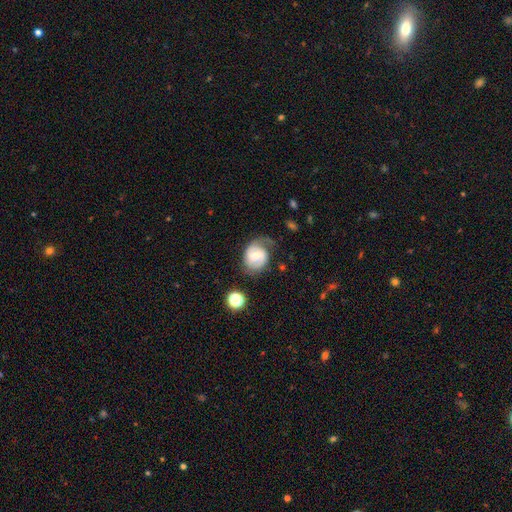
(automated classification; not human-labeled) featured or disk 69%, smooth 24%, star or artifact 7%. Down the decision tree: edge-on disk — no (97%); bar — weak (44%); spiral arms — yes (91%); spiral arm count — 2 (74%); spiral winding — medium (45%); bulge size — small (46%, tied with moderate); merging — none (55%).